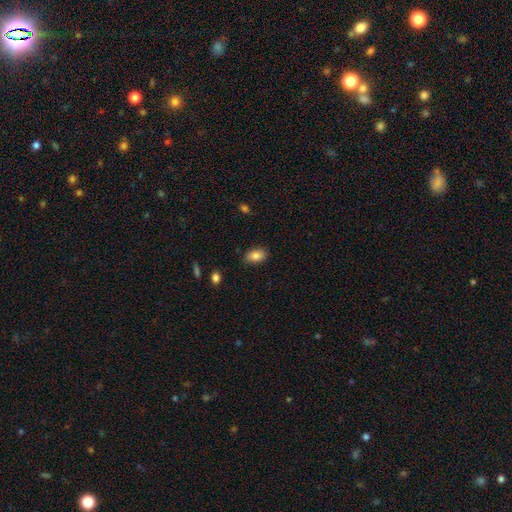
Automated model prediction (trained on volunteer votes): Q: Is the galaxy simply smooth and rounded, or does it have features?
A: smooth — 86%.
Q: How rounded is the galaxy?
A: in between — 90%.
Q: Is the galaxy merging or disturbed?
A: none — 86%.